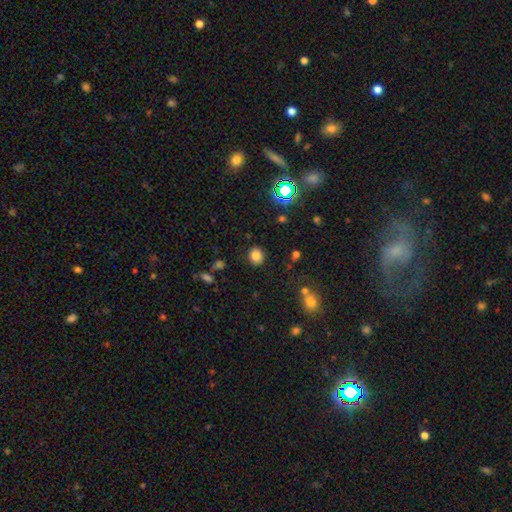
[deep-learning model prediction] Smooth or featured?
  - smooth: 81% *
  - star or artifact: 13%
  - featured or disk: 5%
How rounded?
  - round: 71% *
  - in between: 28%
  - cigar-shaped: 1%
Merging?
  - none: 87% *
  - minor disturbance: 8%
  - major disturbance: 3%
  - merger: 2%